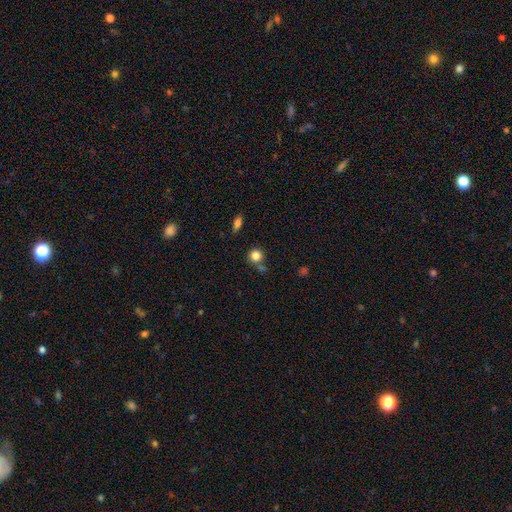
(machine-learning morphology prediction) This appears to be a smooth galaxy with no disk features (82%) that is round (90%). Merging: none (68%).